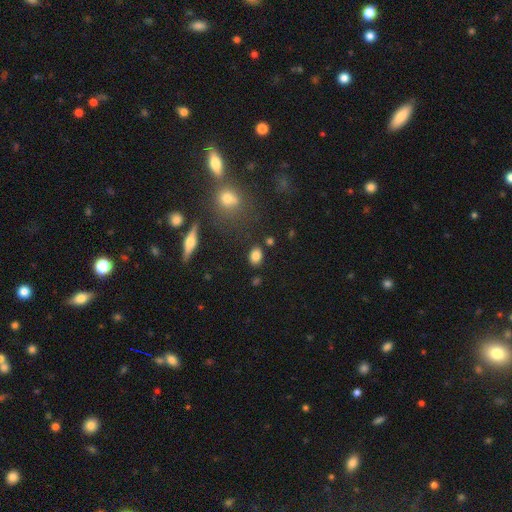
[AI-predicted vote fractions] Morphology: type=smooth (82%); roundness=in between (71%); merging=none (84%).